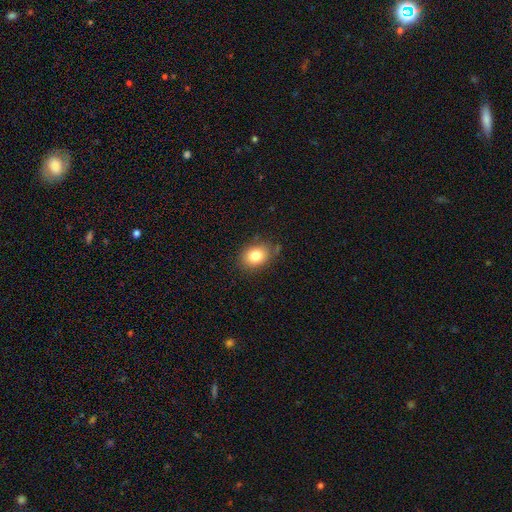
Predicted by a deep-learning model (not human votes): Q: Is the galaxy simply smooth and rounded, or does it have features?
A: smooth — 83%.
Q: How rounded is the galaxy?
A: in between — 64%.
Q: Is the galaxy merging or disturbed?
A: none — 78%.